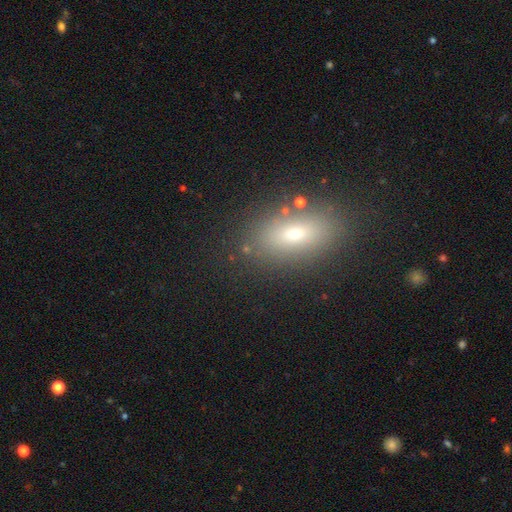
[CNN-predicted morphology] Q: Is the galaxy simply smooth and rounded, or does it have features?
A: smooth — 69%.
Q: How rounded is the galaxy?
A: in between — 81%.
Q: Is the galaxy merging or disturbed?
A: none — 83%.